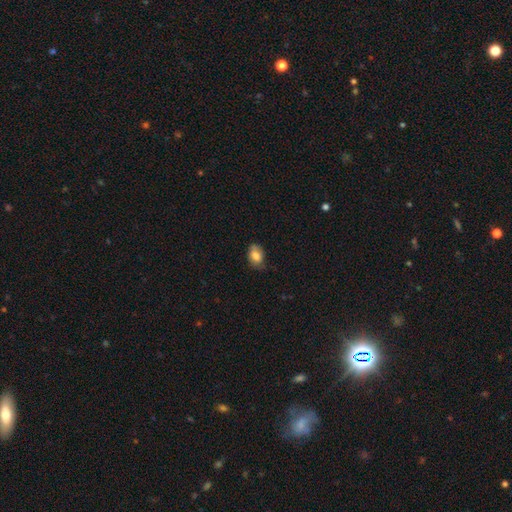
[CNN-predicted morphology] Smooth or featured?
  - smooth: 79% *
  - featured or disk: 13%
  - star or artifact: 8%
How rounded?
  - in between: 81% *
  - round: 18%
  - cigar-shaped: 1%
Merging?
  - none: 65% *
  - minor disturbance: 28%
  - major disturbance: 6%
  - merger: 1%